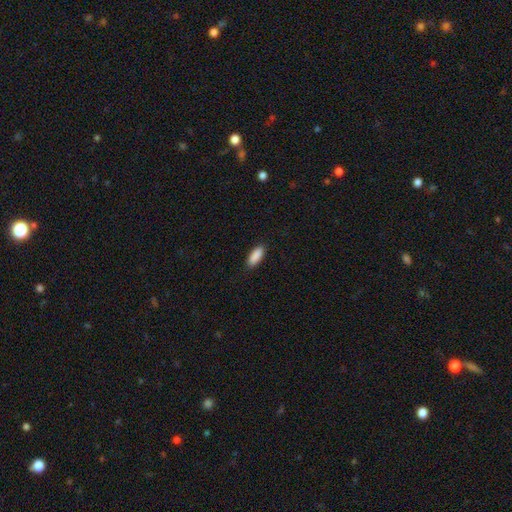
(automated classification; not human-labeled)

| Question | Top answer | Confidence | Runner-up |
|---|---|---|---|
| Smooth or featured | smooth | 90% | star or artifact (6%) |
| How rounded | in between | 76% | cigar-shaped (23%) |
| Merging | none | 88% | minor disturbance (9%) |